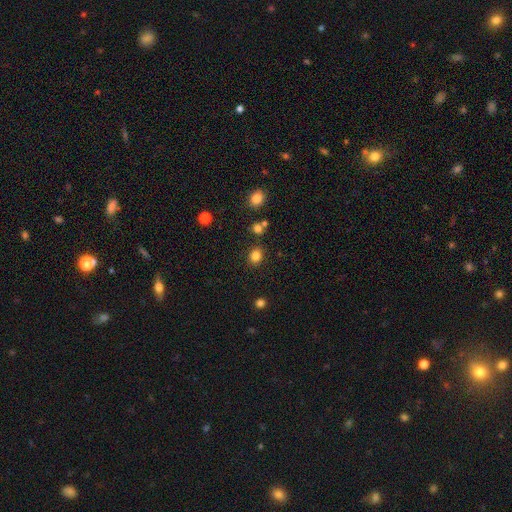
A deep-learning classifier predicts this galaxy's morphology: Smooth or featured: smooth — 83% (star or artifact — 13%)
How rounded: round — 64% (in between — 35%)
Merging: none — 85% (minor disturbance — 8%)